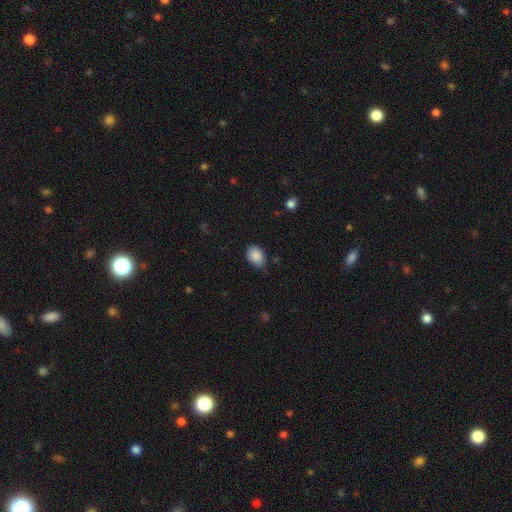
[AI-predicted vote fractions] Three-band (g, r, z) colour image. It shows a smooth galaxy with no disk features (88%) that is in between round and cigar-shaped (73%). Merging: none (67%).